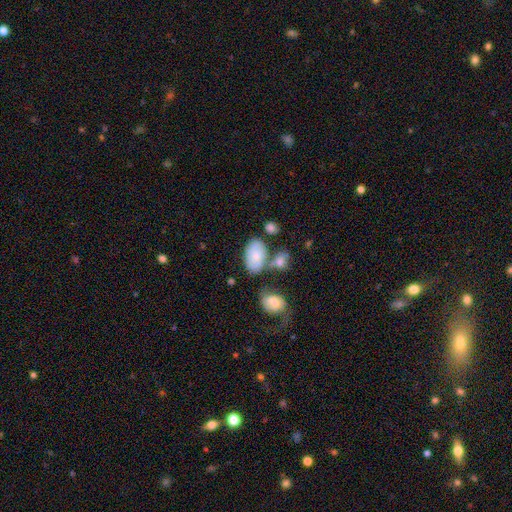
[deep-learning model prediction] Smooth or featured: smooth — 73% (featured or disk — 20%)
How rounded: in between — 91% (round — 7%)
Merging: none — 56% (minor disturbance — 20%)